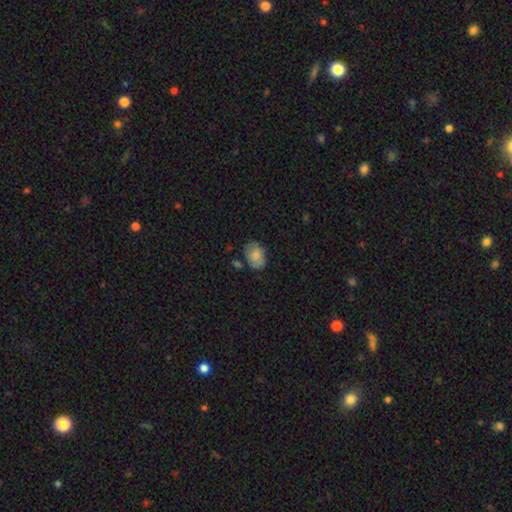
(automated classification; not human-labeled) A smooth galaxy with no disk features (80%) that is in between round and cigar-shaped (82%). Merging: none (70%).